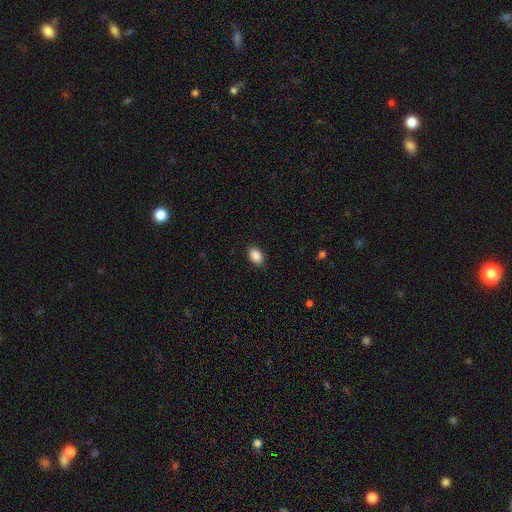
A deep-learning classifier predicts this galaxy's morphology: smooth 89%, star or artifact 8%, featured or disk 3%. Down the decision tree: how rounded — in between (86%); merging — none (88%).